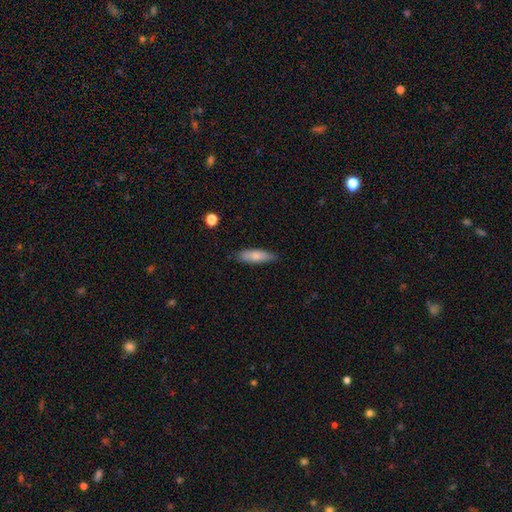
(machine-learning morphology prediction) Smooth or featured? Predicted: smooth (p=0.74). How rounded? Predicted: cigar-shaped (p=0.50). Merging? Predicted: none (p=0.78).